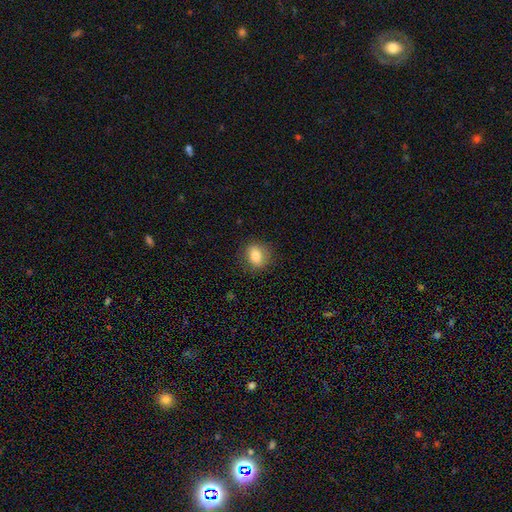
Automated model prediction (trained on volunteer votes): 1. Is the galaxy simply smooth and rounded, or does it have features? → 81% smooth, 9% featured or disk, 9% star or artifact.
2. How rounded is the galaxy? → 51% in between, 48% round, 2% cigar-shaped.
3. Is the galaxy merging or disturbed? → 84% none, 12% minor disturbance, 3% major disturbance, 1% merger.